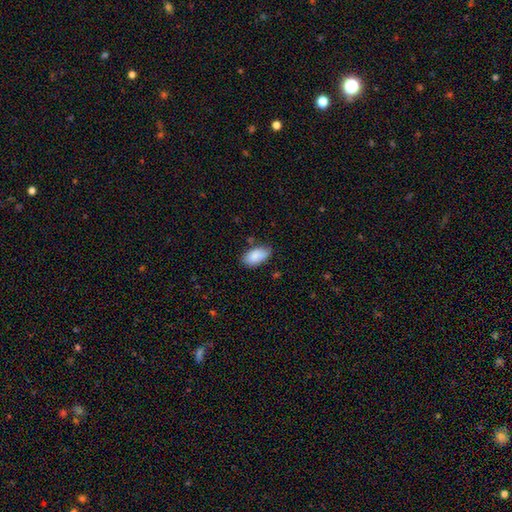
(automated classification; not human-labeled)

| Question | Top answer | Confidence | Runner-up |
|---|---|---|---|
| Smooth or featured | smooth | 87% | star or artifact (7%) |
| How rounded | in between | 94% | round (3%) |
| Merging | none | 74% | minor disturbance (20%) |